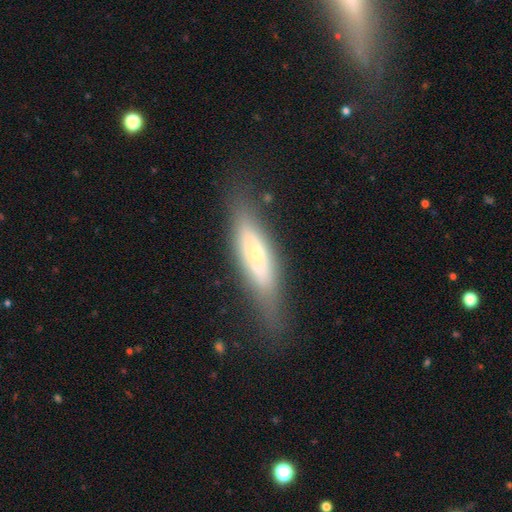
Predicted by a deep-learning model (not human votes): Smooth or featured? featured or disk (50%)
Merging? none (69%)